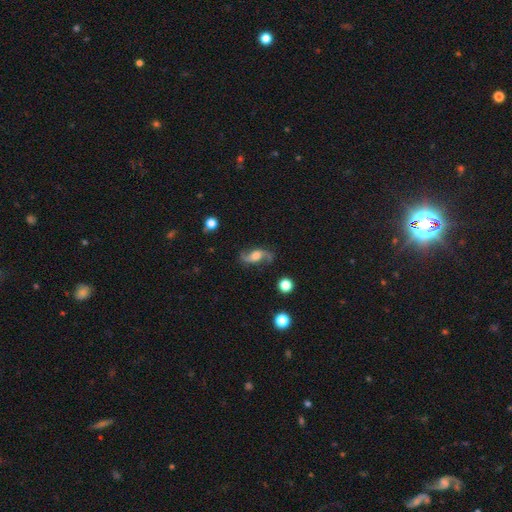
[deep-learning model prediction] featured or disk 83%, smooth 10%, star or artifact 7%. Down the decision tree: edge-on disk — no (94%); bar — no (56%); spiral arms — yes (96%); spiral arm count — 2 (94%); spiral winding — loose (78%); bulge size — moderate (40%); merging — none (78%).